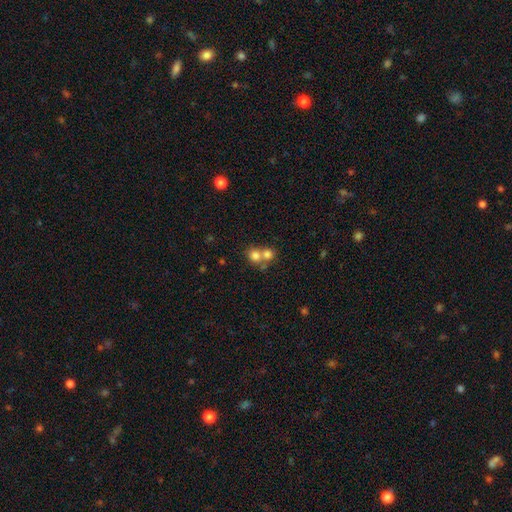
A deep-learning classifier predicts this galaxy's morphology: A smooth galaxy with no disk features (76%) that is round (81%). Merging: merger (56%).